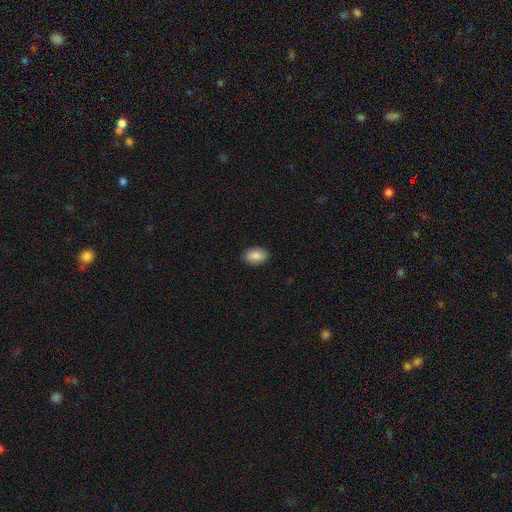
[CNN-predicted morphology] This is clearly a smooth galaxy (86%). How rounded: clearly in between (90%). Merging: clearly none (88%).